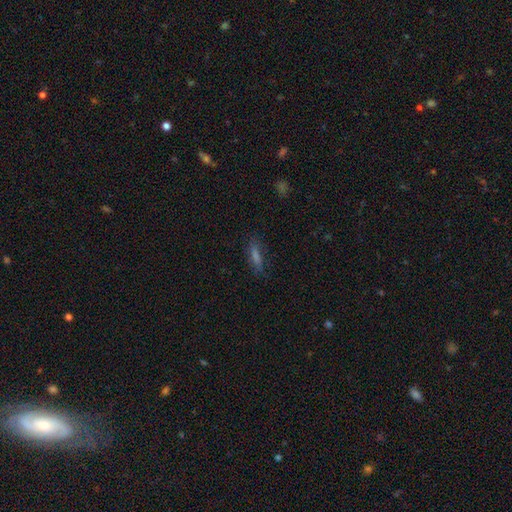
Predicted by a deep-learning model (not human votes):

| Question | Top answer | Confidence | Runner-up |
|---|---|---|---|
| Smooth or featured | smooth | 57% | featured or disk (24%) |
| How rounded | cigar-shaped | 76% | in between (21%) |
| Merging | none | 82% | minor disturbance (13%) |